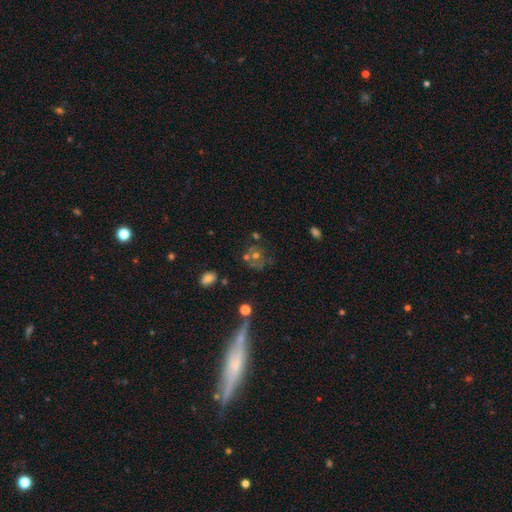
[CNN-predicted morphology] A featured or disk galaxy (37%).

Vote fractions:
- Smooth or featured? featured or disk: 37% / smooth: 33% / star or artifact: 29%
- Merging? none: 53% / merger: 16% / minor disturbance: 16% / major disturbance: 15%